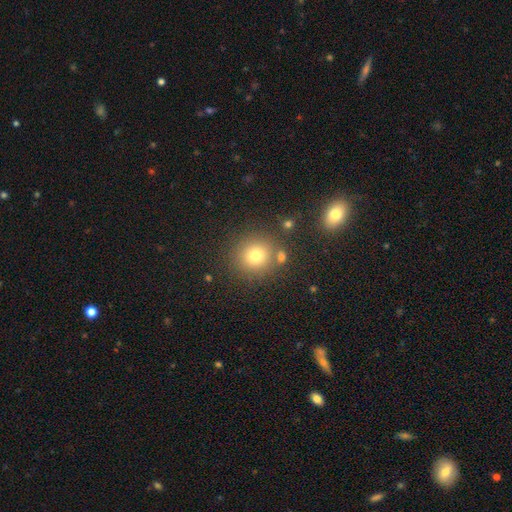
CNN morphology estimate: This appears to be a smooth galaxy with no disk features (76%) that is round (90%). Merging: none (79%).